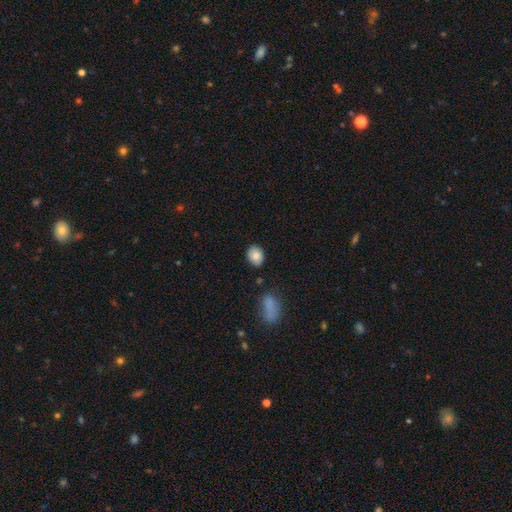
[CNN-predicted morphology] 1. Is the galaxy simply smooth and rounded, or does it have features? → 85% smooth, 8% star or artifact, 7% featured or disk.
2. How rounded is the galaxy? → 62% in between, 37% round, 1% cigar-shaped.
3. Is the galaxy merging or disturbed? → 81% none, 12% minor disturbance, 4% merger, 3% major disturbance.